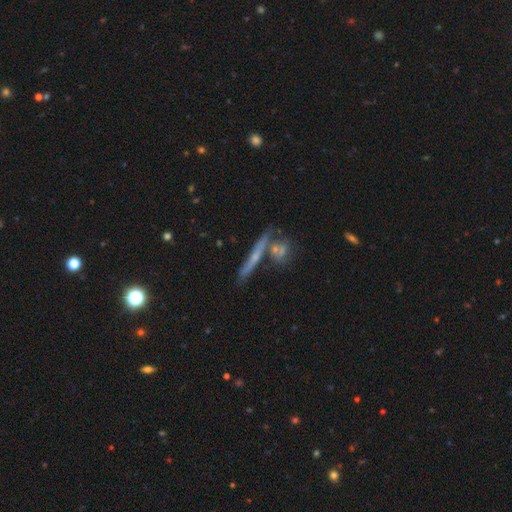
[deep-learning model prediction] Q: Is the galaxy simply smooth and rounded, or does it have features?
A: featured or disk — 53%.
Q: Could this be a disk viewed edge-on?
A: yes — 91%.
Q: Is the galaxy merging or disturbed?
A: none — 68%.